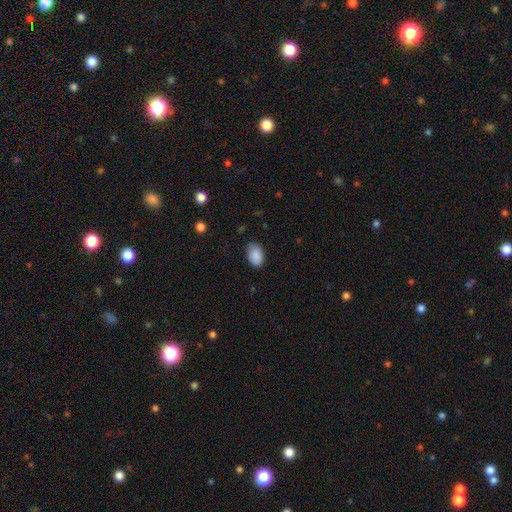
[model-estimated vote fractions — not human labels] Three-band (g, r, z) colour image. It shows a smooth galaxy with no disk features (89%) that is in between round and cigar-shaped (88%). Merging: none (82%).